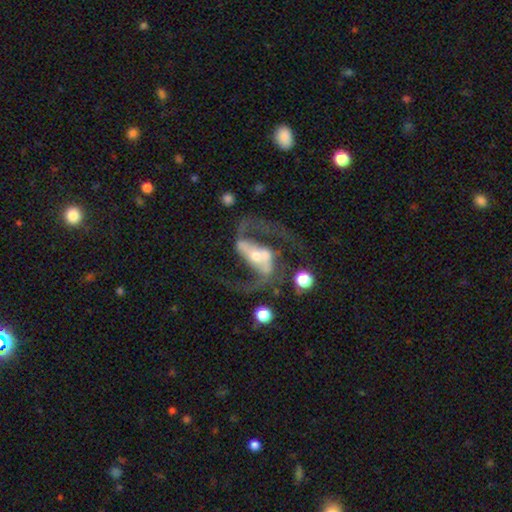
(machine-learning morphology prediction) Smooth or featured?
  - featured or disk: 90% *
  - smooth: 5%
  - star or artifact: 5%
Edge-on disk?
  - no: 96% *
  - yes: 4%
Bar?
  - strong: 59% *
  - weak: 26%
  - no: 16%
Spiral arms?
  - yes: 96% *
  - no: 4%
Spiral winding?
  - loose: 59% *
  - medium: 35%
  - tight: 6%
Spiral arm count?
  - 2: 94% *
  - 1: 2%
  - can't tell: 2%
  - 3: 1%
  - 4: 1%
  - more than 4: 1%
Bulge size?
  - moderate: 48% *
  - small: 42%
  - large: 6%
  - none: 3%
  - dominant: 2%
Merging?
  - none: 60% *
  - major disturbance: 18%
  - minor disturbance: 13%
  - merger: 9%